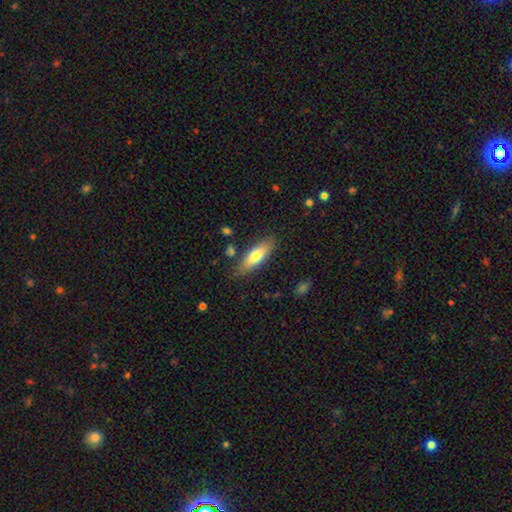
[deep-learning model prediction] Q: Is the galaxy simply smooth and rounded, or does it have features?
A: smooth — 70%.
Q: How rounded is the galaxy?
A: in between — 60%.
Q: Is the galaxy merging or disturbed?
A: none — 81%.